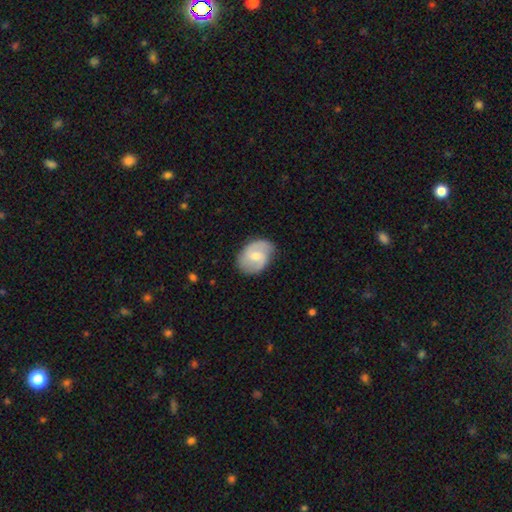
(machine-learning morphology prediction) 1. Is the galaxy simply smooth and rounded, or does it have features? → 66% featured or disk, 29% smooth, 5% star or artifact.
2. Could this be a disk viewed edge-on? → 97% no, 3% yes.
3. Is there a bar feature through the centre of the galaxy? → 52% weak, 37% no, 10% strong.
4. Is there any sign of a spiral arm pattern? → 89% yes, 11% no.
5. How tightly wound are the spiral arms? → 47% medium, 27% loose, 26% tight.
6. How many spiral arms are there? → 83% 2, 9% can't tell, 5% 1, 2% 3, 1% 4, 1% more than 4.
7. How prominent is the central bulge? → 54% moderate, 41% small, 3% large, 2% none, 1% dominant.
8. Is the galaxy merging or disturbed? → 75% none, 19% minor disturbance, 5% major disturbance, 1% merger.